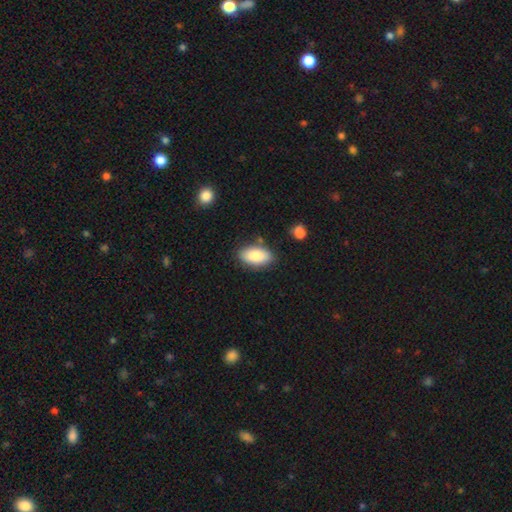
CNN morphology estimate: Smooth or featured? Predicted: smooth (p=0.85). How rounded? Predicted: in between (p=0.93). Merging? Predicted: none (p=0.82).